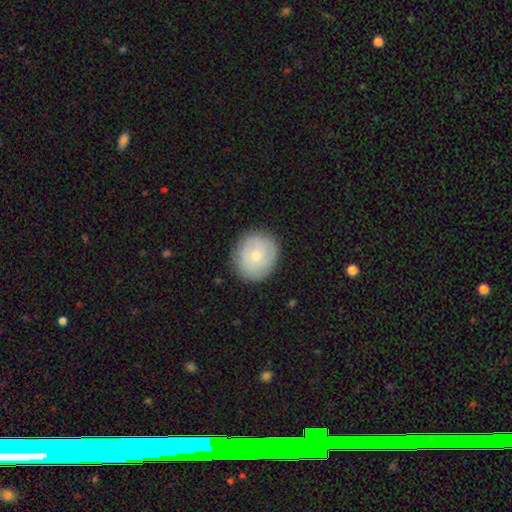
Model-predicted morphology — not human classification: smooth 57%, featured or disk 37%, star or artifact 6%. Down the decision tree: how rounded — round (79%); merging — none (86%).